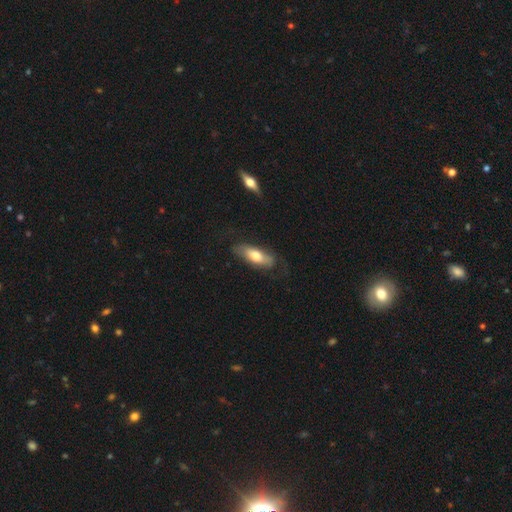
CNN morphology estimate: Smooth or featured?
  - smooth: 62% *
  - featured or disk: 32%
  - star or artifact: 6%
How rounded?
  - in between: 67% *
  - cigar-shaped: 31%
  - round: 2%
Merging?
  - none: 64% *
  - minor disturbance: 24%
  - major disturbance: 10%
  - merger: 2%